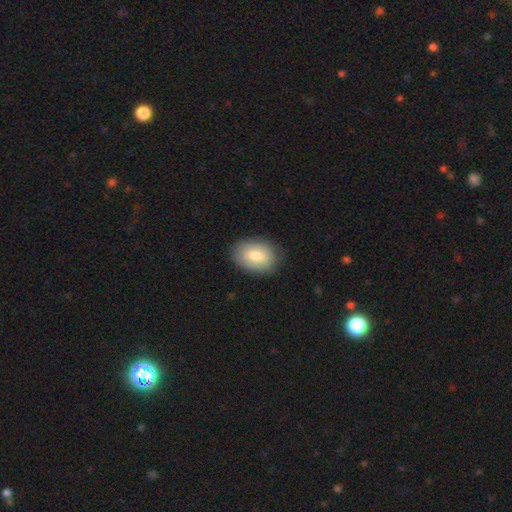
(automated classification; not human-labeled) A smooth galaxy with no disk features (77%) that is in between round and cigar-shaped (81%).

Vote fractions:
- Smooth or featured? smooth: 77% / featured or disk: 16% / star or artifact: 7%
- How rounded? in between: 81% / round: 18% / cigar-shaped: 1%
- Merging? none: 84% / minor disturbance: 12% / major disturbance: 3% / merger: 1%